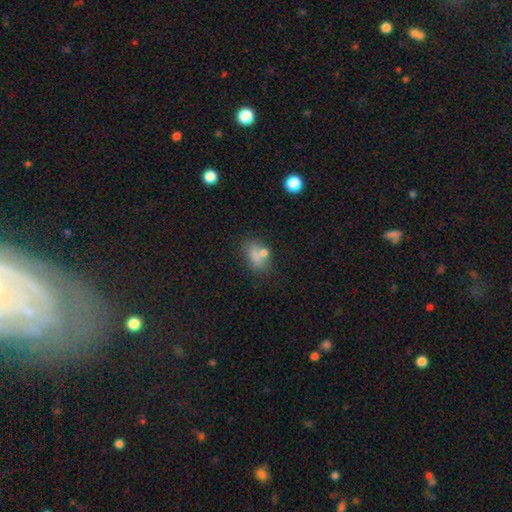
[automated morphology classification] Smooth or featured? Predicted: smooth (p=0.69). How rounded? Predicted: in between (p=0.73). Merging? Predicted: none (p=0.56).